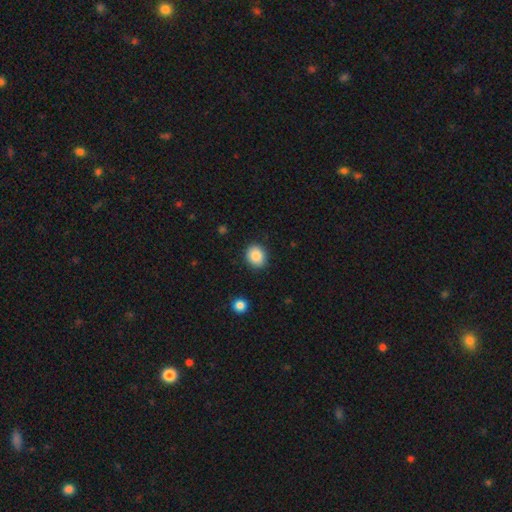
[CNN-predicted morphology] Smooth or featured? smooth (86%)
How rounded? round (68%)
Merging? none (88%)